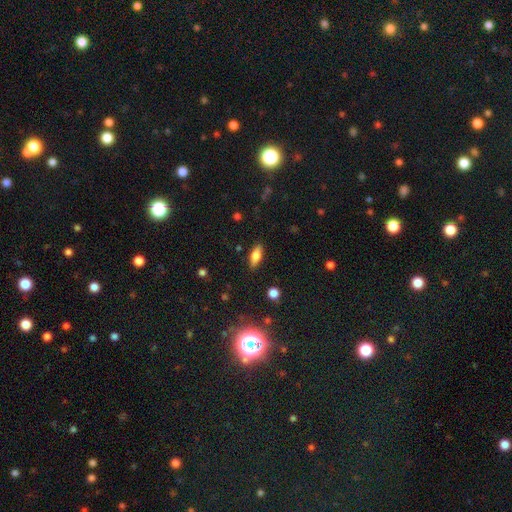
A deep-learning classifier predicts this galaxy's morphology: Smooth or featured?
  - smooth: 74% *
  - featured or disk: 18%
  - star or artifact: 8%
How rounded?
  - in between: 75% *
  - cigar-shaped: 22%
  - round: 3%
Merging?
  - none: 86% *
  - minor disturbance: 10%
  - major disturbance: 2%
  - merger: 1%